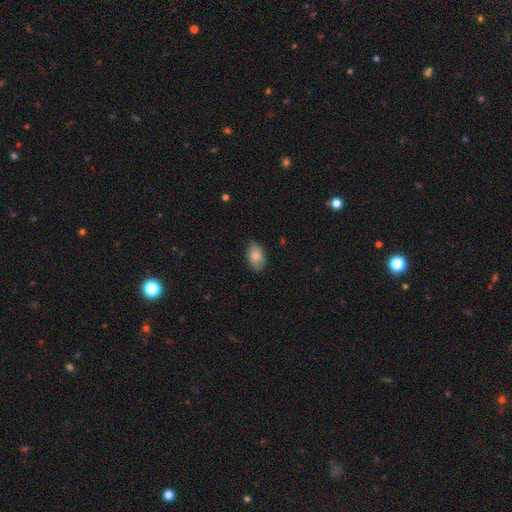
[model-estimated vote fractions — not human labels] Smooth or featured: smooth — 85% (featured or disk — 8%)
How rounded: in between — 91% (round — 8%)
Merging: none — 80% (minor disturbance — 16%)